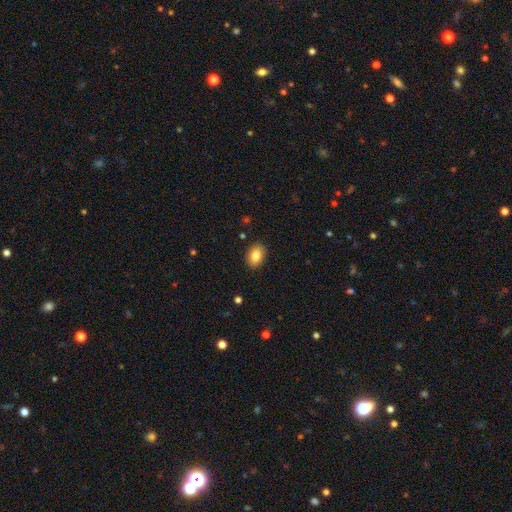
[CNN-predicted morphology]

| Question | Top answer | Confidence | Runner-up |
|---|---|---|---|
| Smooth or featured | smooth | 85% | star or artifact (8%) |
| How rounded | in between | 81% | round (17%) |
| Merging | none | 88% | minor disturbance (8%) |